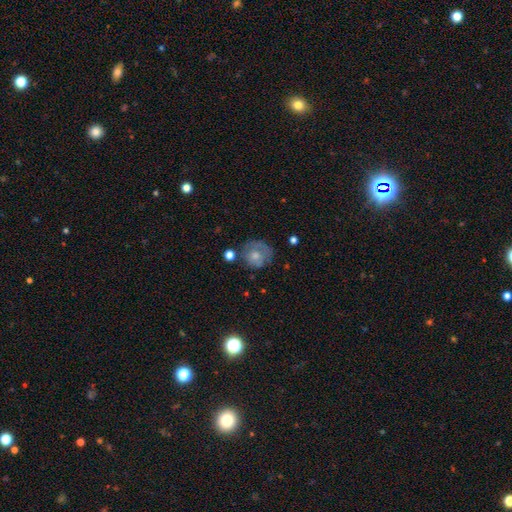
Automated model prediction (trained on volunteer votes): smooth_or_featured: smooth (p=0.61) [alt: featured or disk p=0.30]
how_rounded: round (p=0.82) [alt: in between p=0.17]
merging: none (p=0.56) [alt: minor disturbance p=0.24]